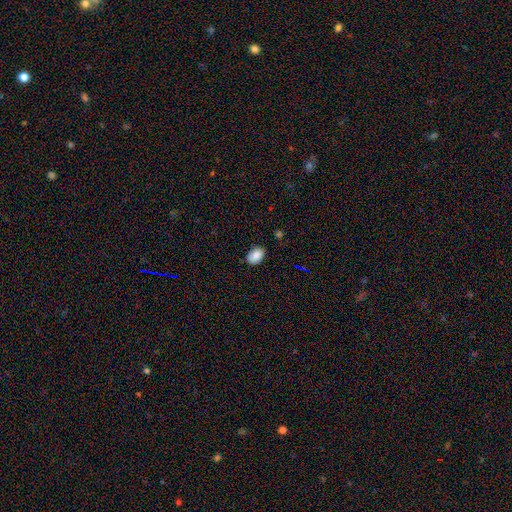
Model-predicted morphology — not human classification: A smooth galaxy with no disk features (87%) that is in between round and cigar-shaped (84%). Merging: none (84%).